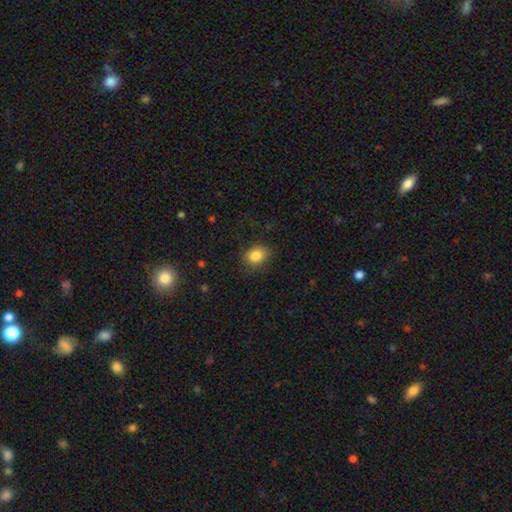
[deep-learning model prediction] Smooth or featured? smooth (84%)
How rounded? round (51%)
Merging? none (83%)